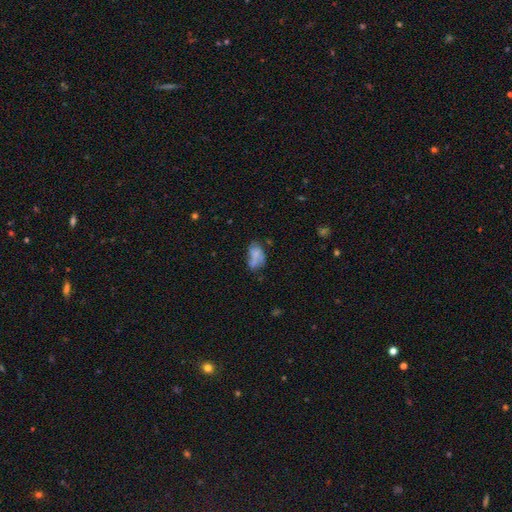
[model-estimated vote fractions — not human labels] Smooth or featured?
  - smooth: 59% *
  - featured or disk: 29%
  - star or artifact: 12%
How rounded?
  - in between: 89% *
  - round: 7%
  - cigar-shaped: 4%
Merging?
  - none: 35% *
  - minor disturbance: 27%
  - major disturbance: 22%
  - merger: 15%